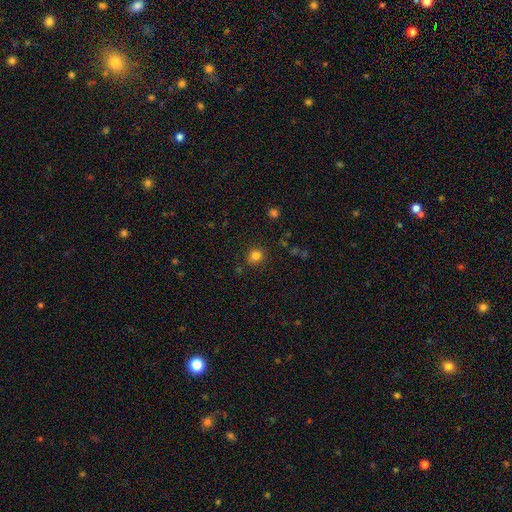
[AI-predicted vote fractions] Morphology: type=smooth (82%); roundness=round (77%); merging=none (84%).